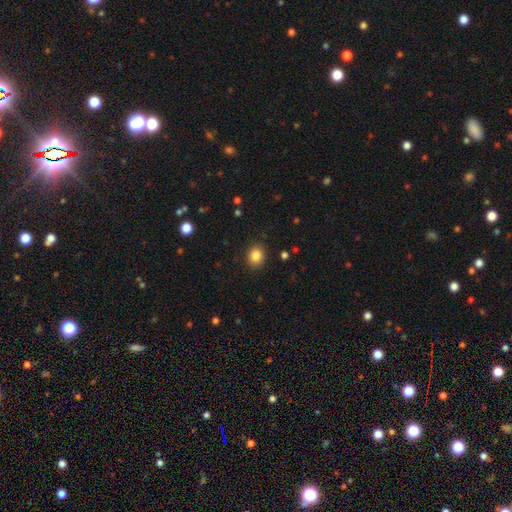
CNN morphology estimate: A smooth galaxy with no disk features (85%) that is round (69%).

Vote fractions:
- Smooth or featured? smooth: 85% / star or artifact: 10% / featured or disk: 5%
- How rounded? round: 69% / in between: 30% / cigar-shaped: 1%
- Merging? none: 90% / minor disturbance: 7% / major disturbance: 2% / merger: 1%